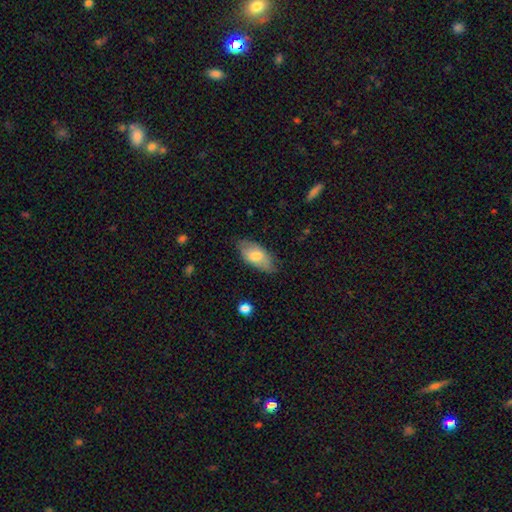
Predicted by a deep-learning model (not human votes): This is likely a smooth galaxy (71%). How rounded: clearly in between (92%). Merging: likely none (72%).